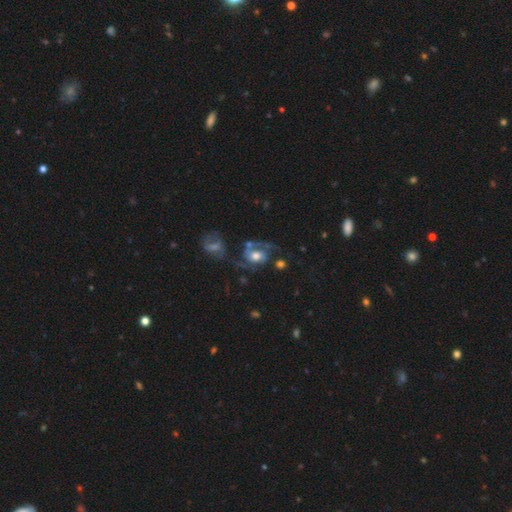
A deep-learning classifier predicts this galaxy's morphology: smooth_or_featured: featured or disk (p=0.78) [alt: smooth p=0.15]
disk_edge_on: no (p=0.97) [alt: yes p=0.03]
bar: no (p=0.64) [alt: weak p=0.28]
has_spiral_arms: yes (p=0.90) [alt: no p=0.10]
spiral_winding: medium (p=0.49) [alt: loose p=0.31]
spiral_arm_count: 2 (p=0.73) [alt: 1 p=0.15]
bulge_size: moderate (p=0.51) [alt: large p=0.33]
merging: none (p=0.41) [alt: major disturbance p=0.25]